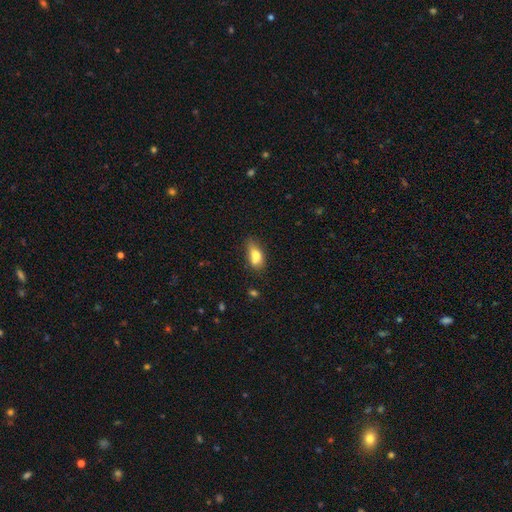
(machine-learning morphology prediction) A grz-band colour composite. It shows a smooth galaxy with no disk features (70%) that is in between round and cigar-shaped (81%). Merging: none (43%).